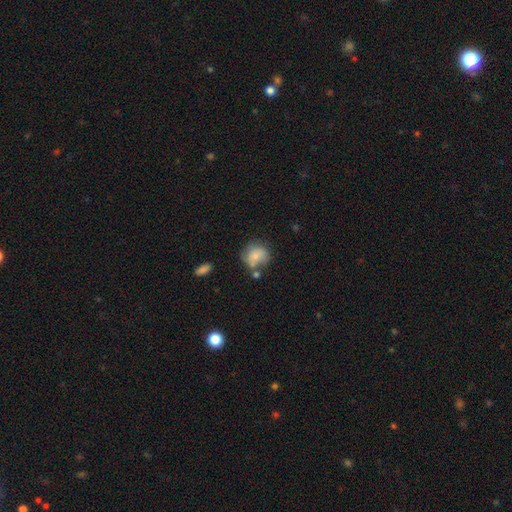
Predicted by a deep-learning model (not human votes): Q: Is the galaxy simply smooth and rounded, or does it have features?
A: smooth — 72%.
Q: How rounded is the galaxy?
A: round — 69%.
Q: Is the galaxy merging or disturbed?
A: none — 50%.